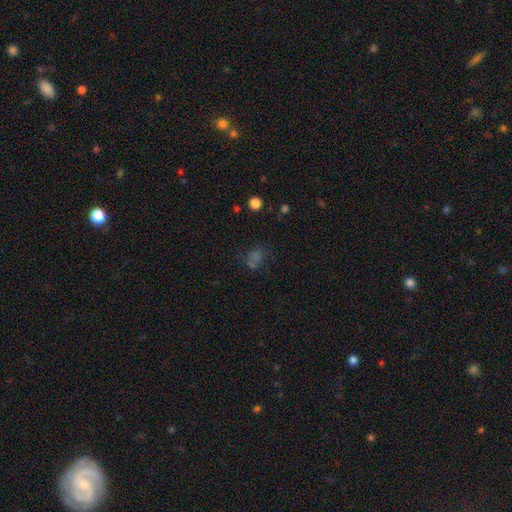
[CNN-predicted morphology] This is possibly a smooth galaxy (54%). How rounded: possibly in between (59%). Merging: possibly none (57%).